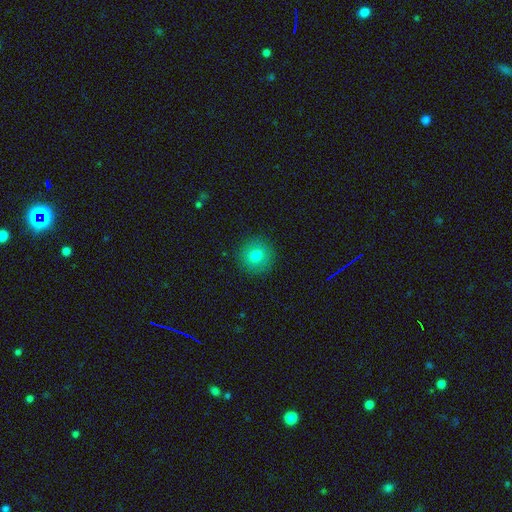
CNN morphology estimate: smooth-or-featured: smooth: 78% | featured or disk: 12% | star or artifact: 10%
  how-rounded: round: 92% | in between: 7% | cigar-shaped: 1%
  merging: none: 90% | minor disturbance: 7% | major disturbance: 2% | merger: 1%